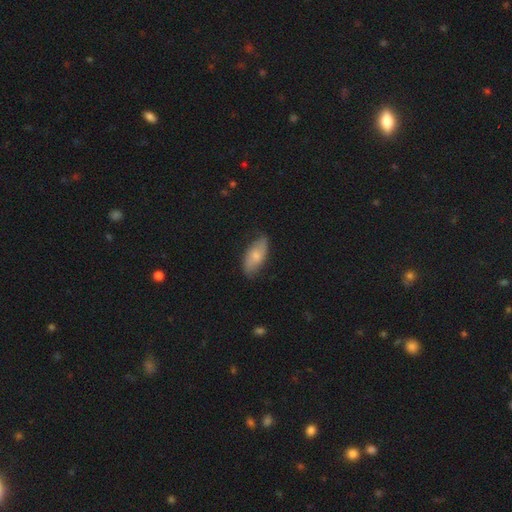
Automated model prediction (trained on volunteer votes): Morphology: type=smooth (65%); roundness=in between (88%); merging=none (75%).